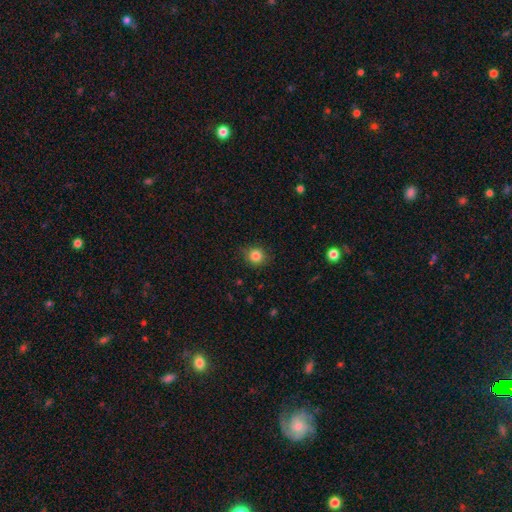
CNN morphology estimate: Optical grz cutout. It shows a smooth galaxy with no disk features (84%) that is round (87%). Merging: none (85%).